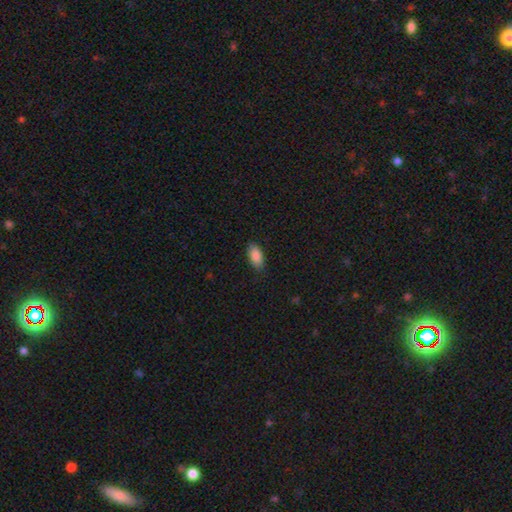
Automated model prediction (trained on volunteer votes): Smooth or featured: smooth — 89% (star or artifact — 7%)
How rounded: in between — 91% (cigar-shaped — 7%)
Merging: none — 86% (minor disturbance — 11%)